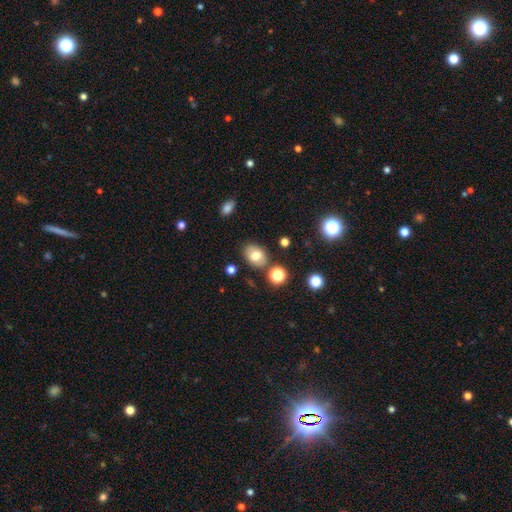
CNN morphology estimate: Smooth or featured?
  - smooth: 71% *
  - featured or disk: 18%
  - star or artifact: 11%
How rounded?
  - in between: 72% *
  - round: 27%
  - cigar-shaped: 1%
Merging?
  - none: 78% *
  - minor disturbance: 13%
  - merger: 6%
  - major disturbance: 4%